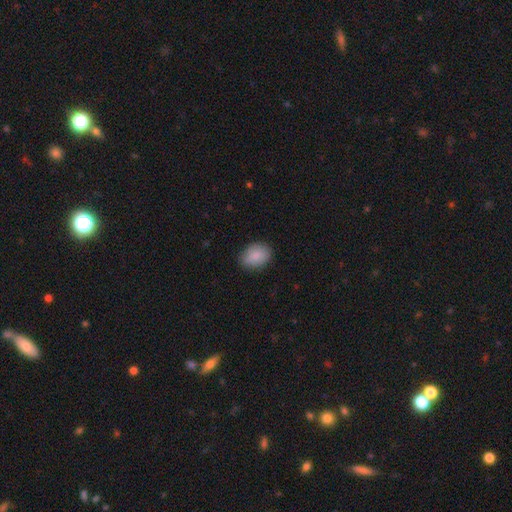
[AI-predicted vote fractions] Smooth or featured? Predicted: smooth (p=0.88). How rounded? Predicted: in between (p=0.75). Merging? Predicted: none (p=0.82).